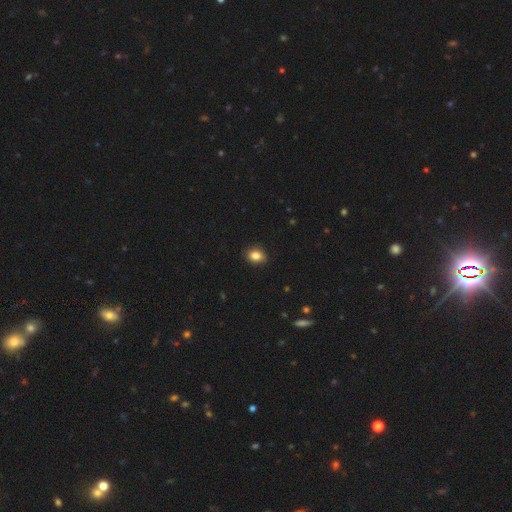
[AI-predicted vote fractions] smooth 85%, star or artifact 10%, featured or disk 5%. Down the decision tree: how rounded — in between (60%); merging — none (87%).